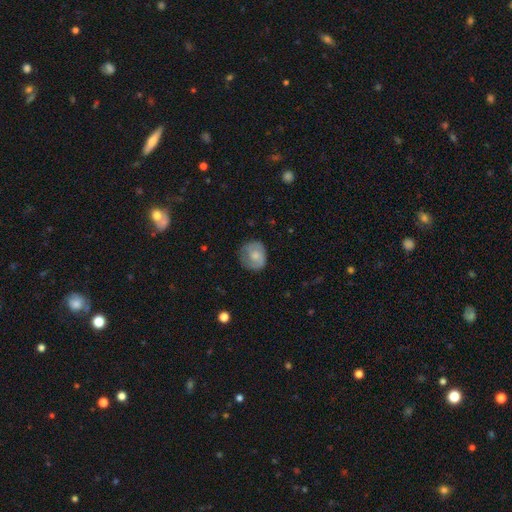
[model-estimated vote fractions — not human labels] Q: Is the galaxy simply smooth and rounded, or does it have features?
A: smooth — 64%.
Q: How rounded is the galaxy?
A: round — 78%.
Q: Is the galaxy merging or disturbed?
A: none — 66%.